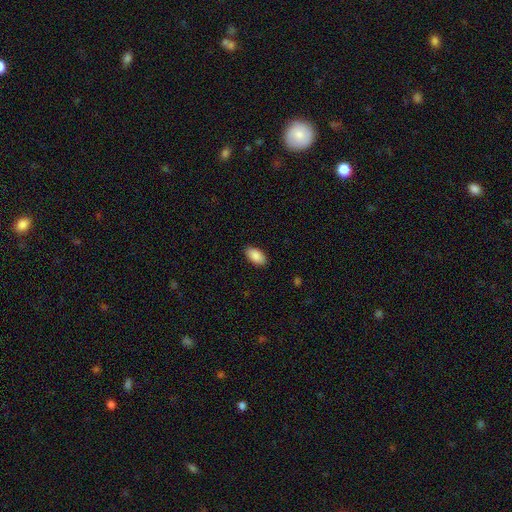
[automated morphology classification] This appears to be a smooth galaxy with no disk features (89%) that is in between round and cigar-shaped (94%). Merging: none (88%).